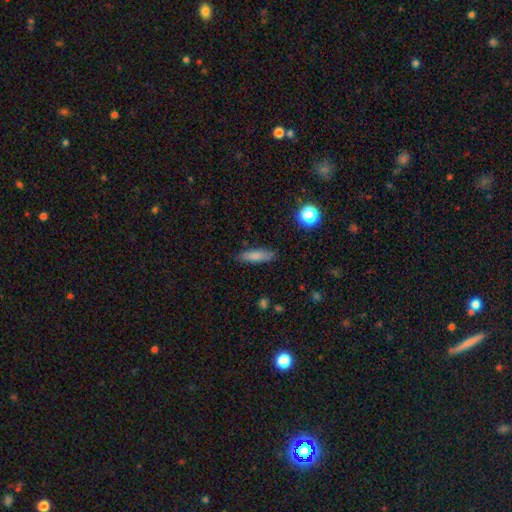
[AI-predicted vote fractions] A smooth galaxy with no disk features (81%) that is cigar-shaped (56%).

Vote fractions:
- Smooth or featured? smooth: 81% / featured or disk: 10% / star or artifact: 8%
- How rounded? cigar-shaped: 56% / in between: 42% / round: 2%
- Merging? none: 84% / minor disturbance: 12% / major disturbance: 3% / merger: 1%